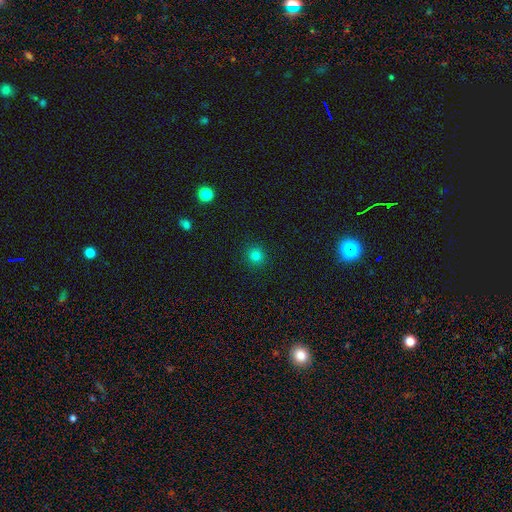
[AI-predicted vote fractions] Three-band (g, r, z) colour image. It shows a smooth galaxy with no disk features (79%) that is round (93%). Merging: none (92%).